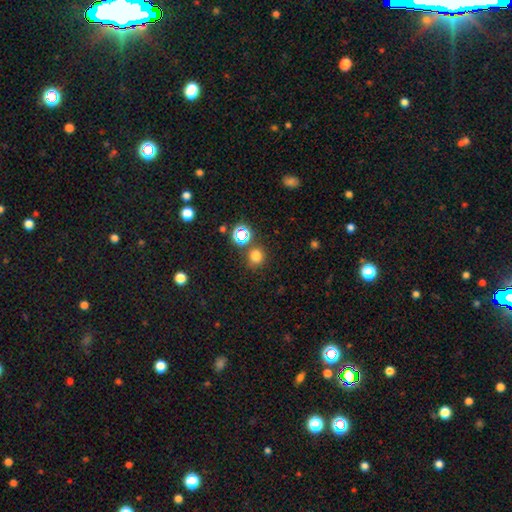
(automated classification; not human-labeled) smooth 72%, star or artifact 22%, featured or disk 6%. Down the decision tree: how rounded — round (88%); merging — none (81%).